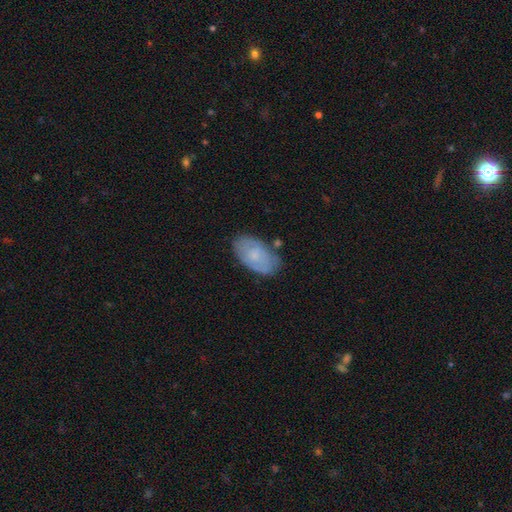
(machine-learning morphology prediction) smooth 58%, featured or disk 35%, star or artifact 7%. Down the decision tree: how rounded — in between (94%); merging — none (71%).